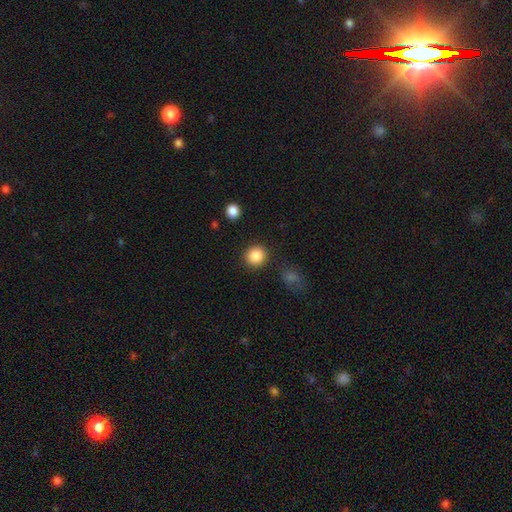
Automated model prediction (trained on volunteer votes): Overall: smooth (87%). How rounded: round (90%). Merging: none (88%).